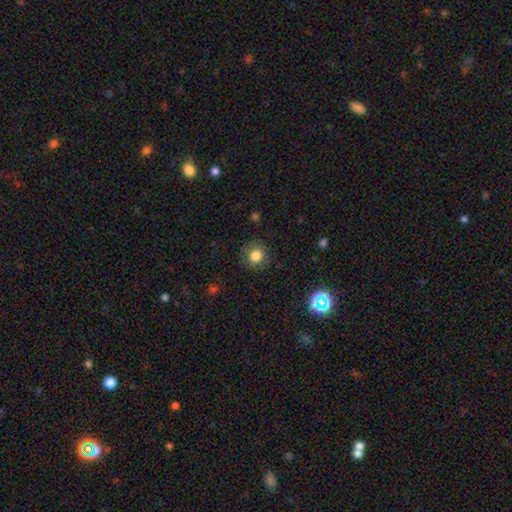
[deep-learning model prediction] smooth 80%, star or artifact 11%, featured or disk 9%. Down the decision tree: how rounded — round (85%); merging — none (83%).